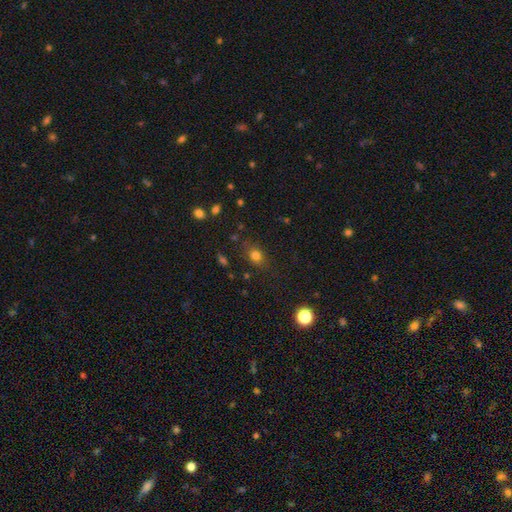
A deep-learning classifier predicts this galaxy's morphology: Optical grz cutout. It shows a smooth galaxy with no disk features (76%) that is round (51%). Merging: none (76%).